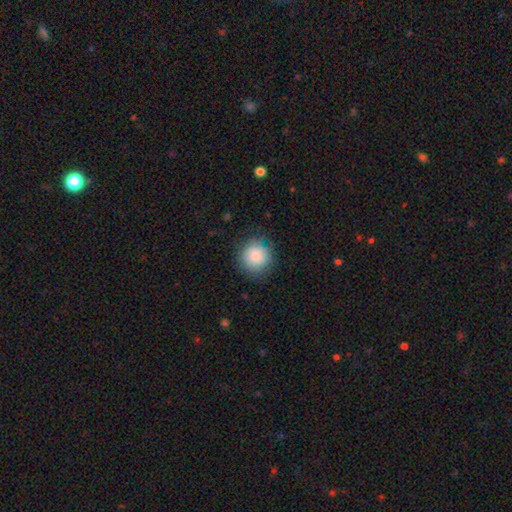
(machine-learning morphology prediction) type=smooth (86%); roundness=round (93%); merging=none (81%).